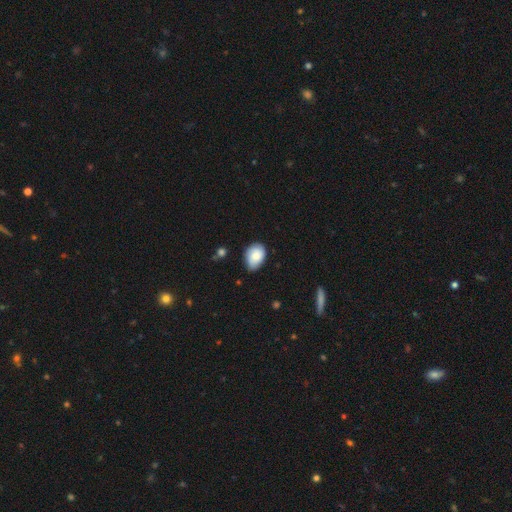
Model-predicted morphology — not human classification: Smooth or featured? smooth (83%)
How rounded? in between (77%)
Merging? none (62%)